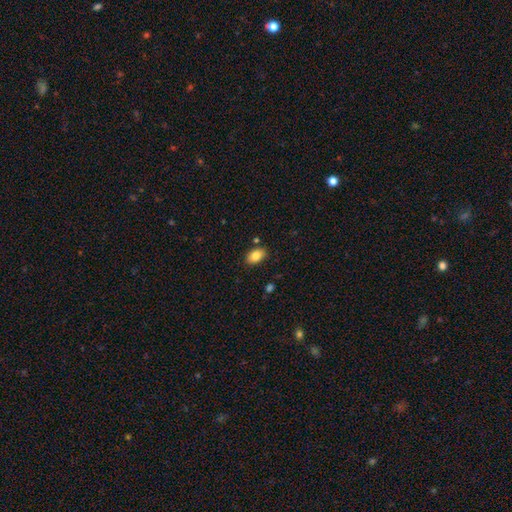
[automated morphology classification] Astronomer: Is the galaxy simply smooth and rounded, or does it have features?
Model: smooth — 84%.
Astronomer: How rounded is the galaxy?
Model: in between — 85%.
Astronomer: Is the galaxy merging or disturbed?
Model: none — 84%.